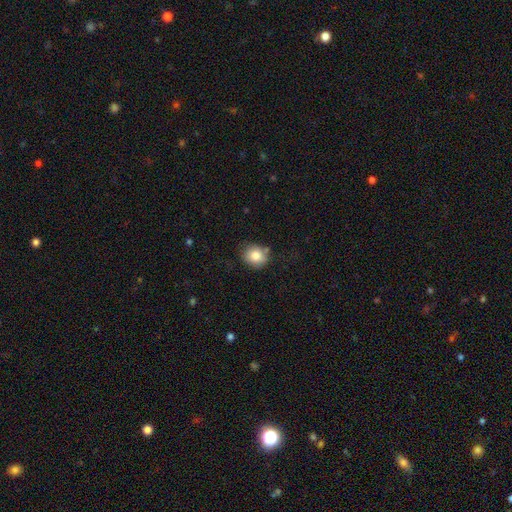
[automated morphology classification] The model was most divided on "how rounded": round: 74%, in between: 25%, cigar-shaped: 1%. More confident: smooth or featured — smooth (83%); merging — none (74%).